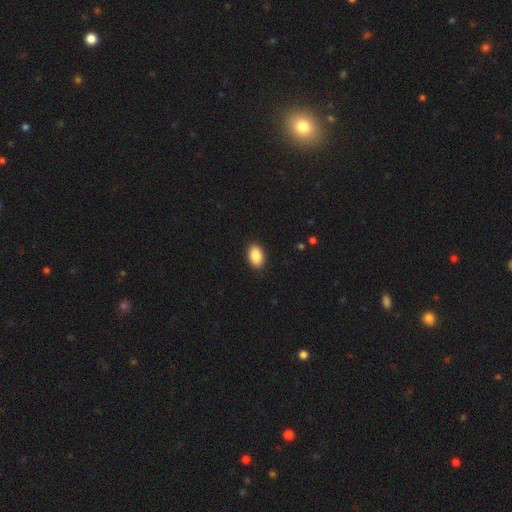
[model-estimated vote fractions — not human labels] Smooth or featured? Predicted: smooth (p=0.90). How rounded? Predicted: in between (p=0.87). Merging? Predicted: none (p=0.90).